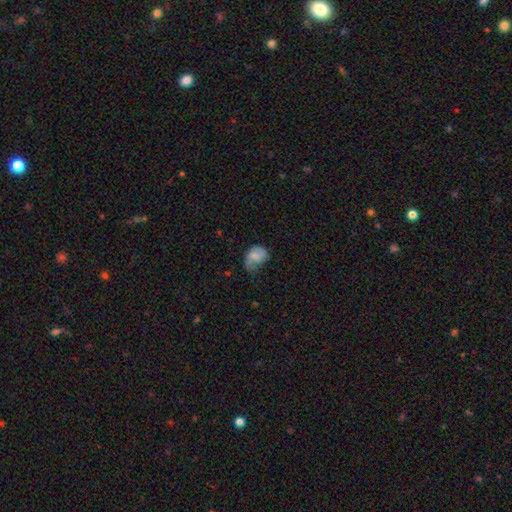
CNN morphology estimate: smooth 58%, featured or disk 33%, star or artifact 8%. Down the decision tree: how rounded — in between (69%); merging — minor disturbance (39%).